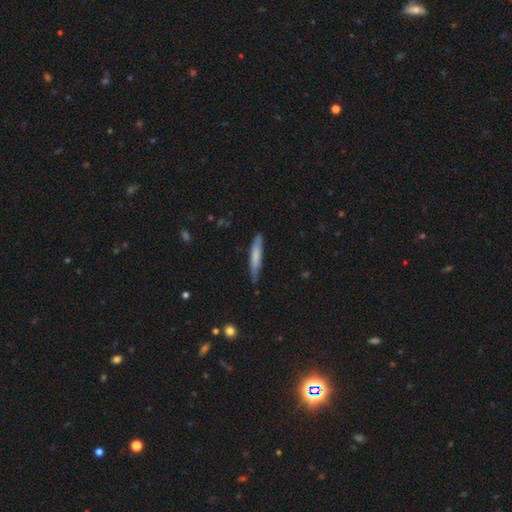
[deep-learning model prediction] A smooth galaxy with no disk features (68%) that is cigar-shaped (91%).

Vote fractions:
- Smooth or featured? smooth: 68% / featured or disk: 26% / star or artifact: 5%
- How rounded? cigar-shaped: 91% / in between: 7% / round: 1%
- Merging? none: 76% / minor disturbance: 20% / major disturbance: 3% / merger: 2%